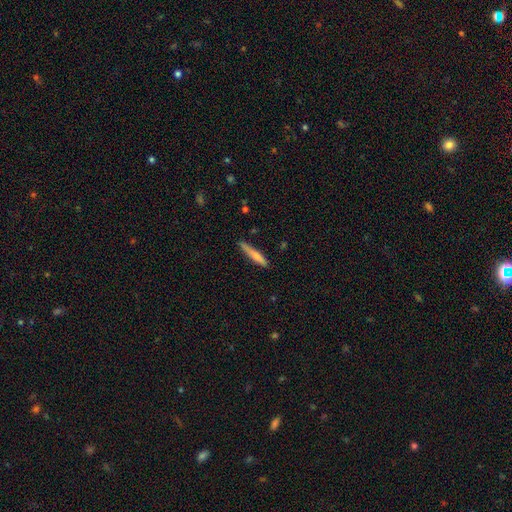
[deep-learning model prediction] The model was most divided on "smooth or featured": smooth: 67%, featured or disk: 27%, star or artifact: 6%. More confident: how rounded — cigar-shaped (92%); merging — none (81%).